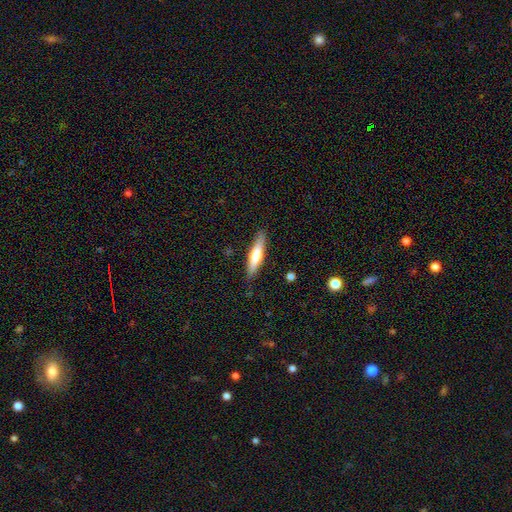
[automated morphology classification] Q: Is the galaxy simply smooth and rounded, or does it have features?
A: smooth — 54%.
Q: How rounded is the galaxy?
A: cigar-shaped — 85%.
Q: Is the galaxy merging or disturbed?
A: none — 87%.